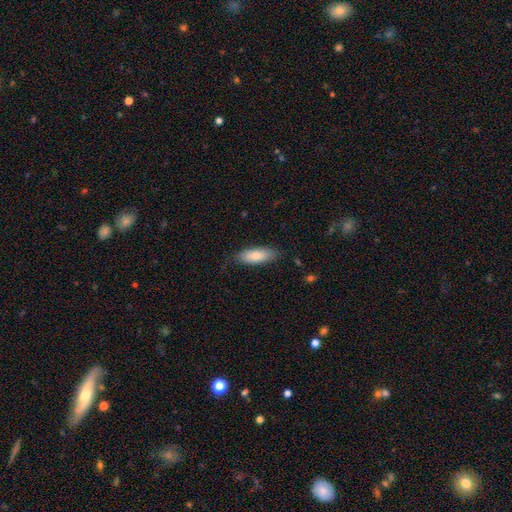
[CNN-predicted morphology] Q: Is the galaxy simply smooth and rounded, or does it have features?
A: smooth — 79%.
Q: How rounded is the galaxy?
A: in between — 72%.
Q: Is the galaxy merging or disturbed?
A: none — 81%.